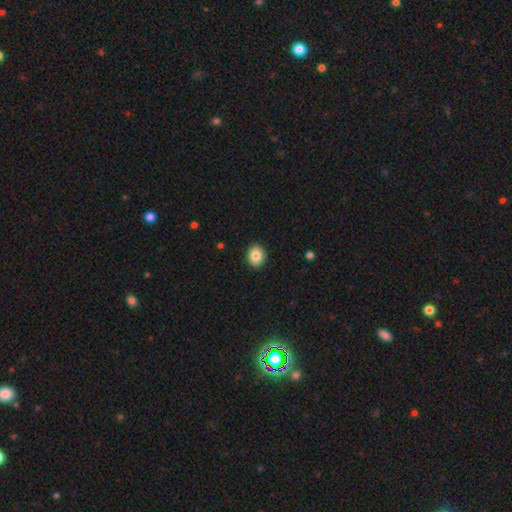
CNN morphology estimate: smooth 85%, star or artifact 8%, featured or disk 6%. Down the decision tree: how rounded — round (59%); merging — none (91%).